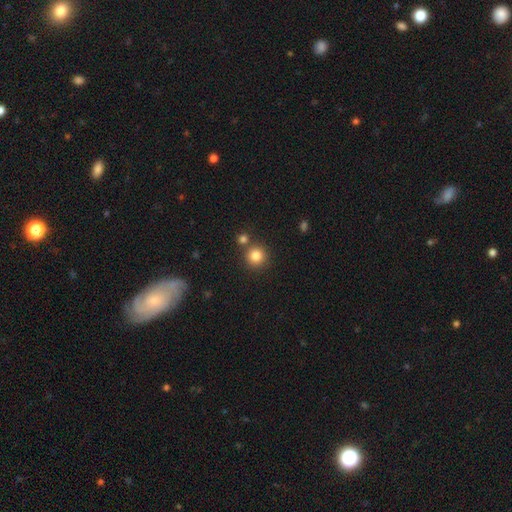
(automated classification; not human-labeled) Smooth or featured: smooth — 83% (star or artifact — 11%)
How rounded: round — 93% (in between — 6%)
Merging: none — 75% (merger — 15%)